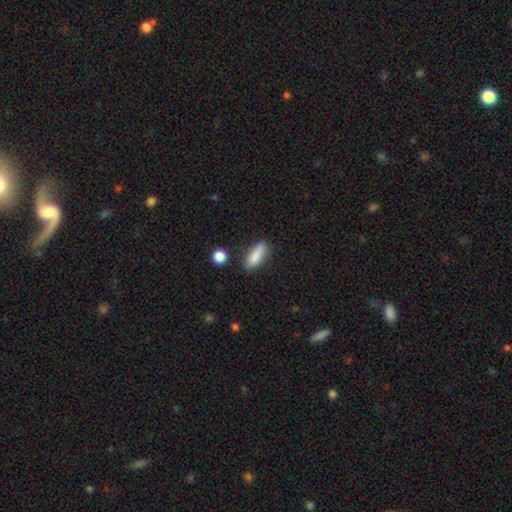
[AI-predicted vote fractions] smooth 85%, featured or disk 8%, star or artifact 7%. Down the decision tree: how rounded — in between (62%); merging — none (76%).